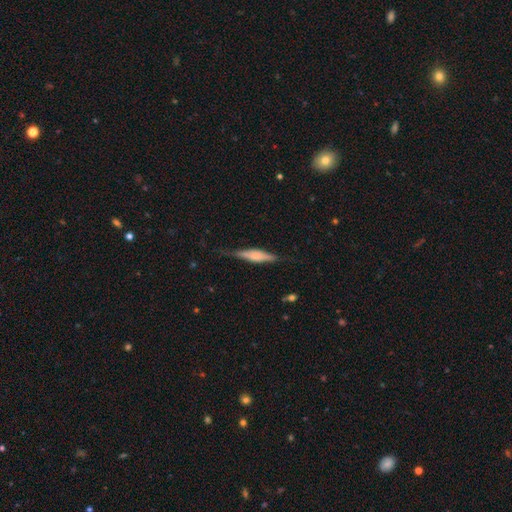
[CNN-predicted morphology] Smooth or featured? Predicted: featured or disk (p=0.53). Edge-on disk? Predicted: yes (p=0.94). Merging? Predicted: none (p=0.71).